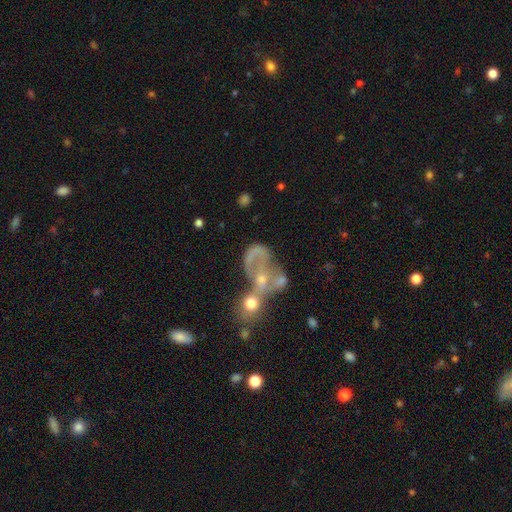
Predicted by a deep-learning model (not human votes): Morphology: type=featured or disk (49%); merging=merger (62%).